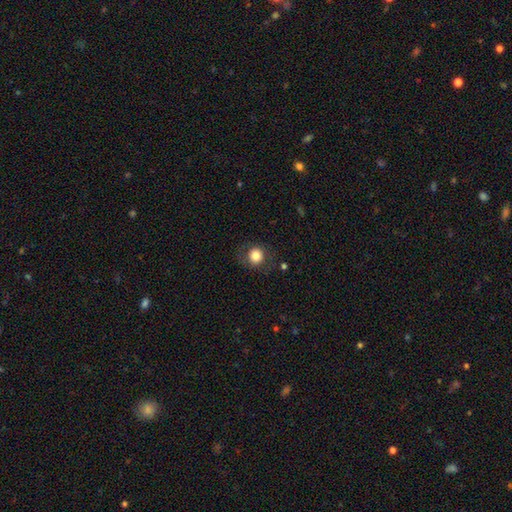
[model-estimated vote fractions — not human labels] This is clearly a smooth galaxy (81%). How rounded: clearly round (86%). Merging: clearly none (80%).